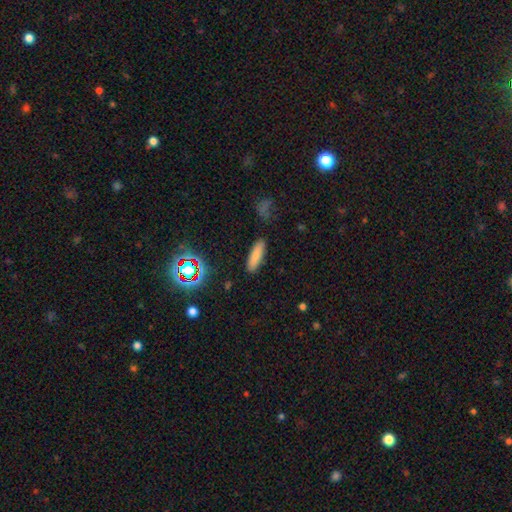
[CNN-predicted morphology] Overall: smooth (81%). How rounded: cigar-shaped (57%; in between 41%). Merging: none (88%).